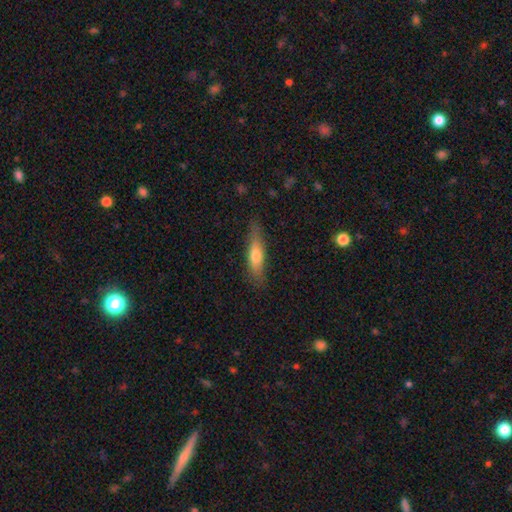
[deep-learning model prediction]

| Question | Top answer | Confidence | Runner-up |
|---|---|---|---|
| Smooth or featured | smooth | 60% | featured or disk (34%) |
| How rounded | cigar-shaped | 76% | in between (22%) |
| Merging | none | 80% | minor disturbance (15%) |